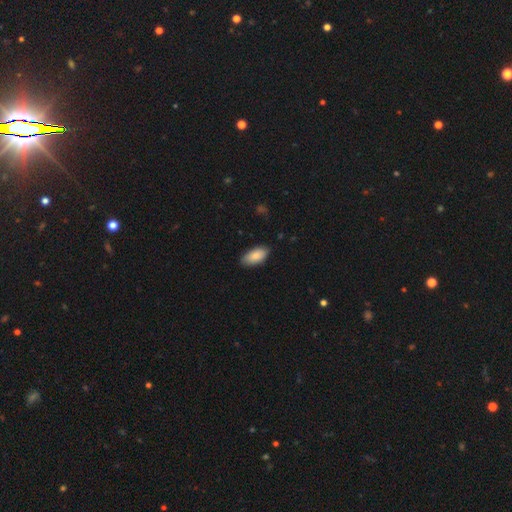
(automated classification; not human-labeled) Overall: smooth (87%). How rounded: in between (93%). Merging: none (84%).